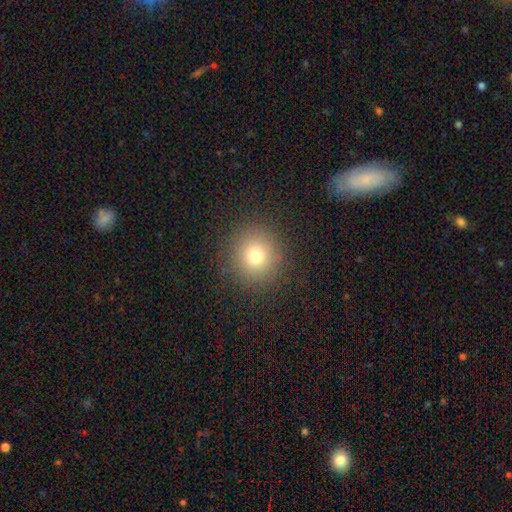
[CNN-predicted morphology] This is likely a smooth galaxy (74%). How rounded: clearly round (94%). Merging: clearly none (89%).